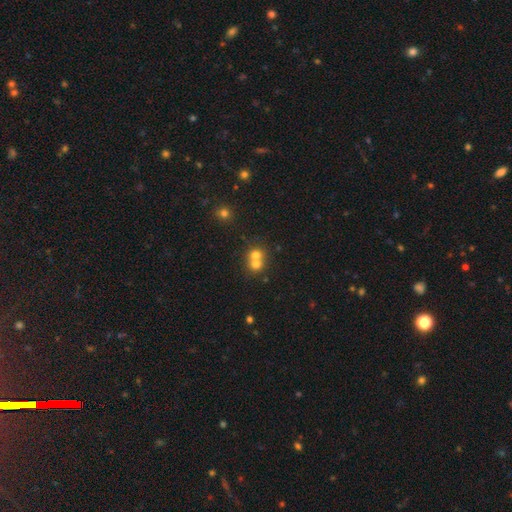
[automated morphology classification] smooth-or-featured: smooth: 70% | featured or disk: 16% | star or artifact: 13%
  how-rounded: round: 81% | in between: 18% | cigar-shaped: 1%
  merging: merger: 61% | none: 32% | minor disturbance: 4% | major disturbance: 2%